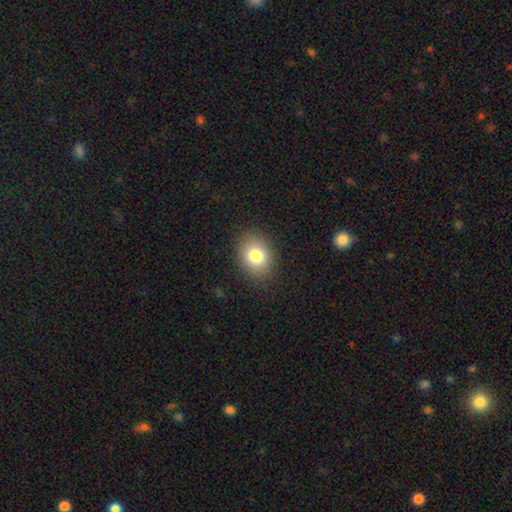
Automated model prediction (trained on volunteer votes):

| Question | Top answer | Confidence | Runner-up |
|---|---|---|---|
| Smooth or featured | smooth | 80% | star or artifact (10%) |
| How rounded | in between | 53% | round (46%) |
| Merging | none | 87% | minor disturbance (9%) |